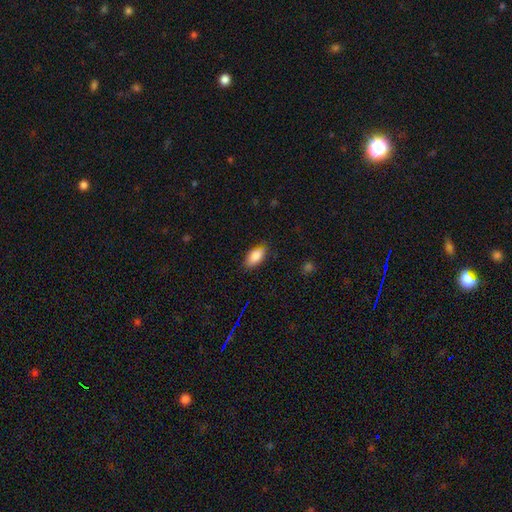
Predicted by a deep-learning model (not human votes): A smooth galaxy with no disk features (85%) that is in between round and cigar-shaped (91%). Merging: none (77%).